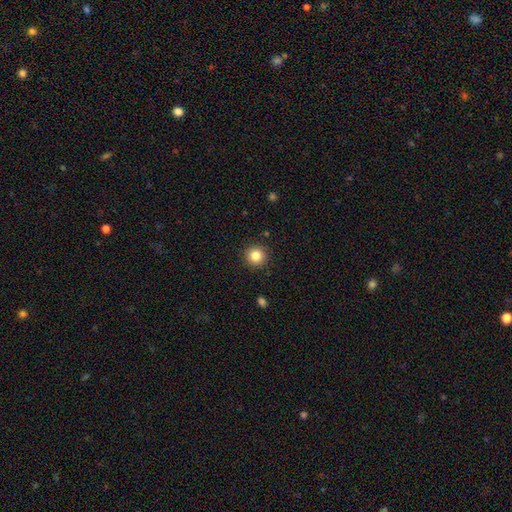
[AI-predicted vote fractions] Smooth or featured? smooth (83%)
How rounded? round (94%)
Merging? none (91%)